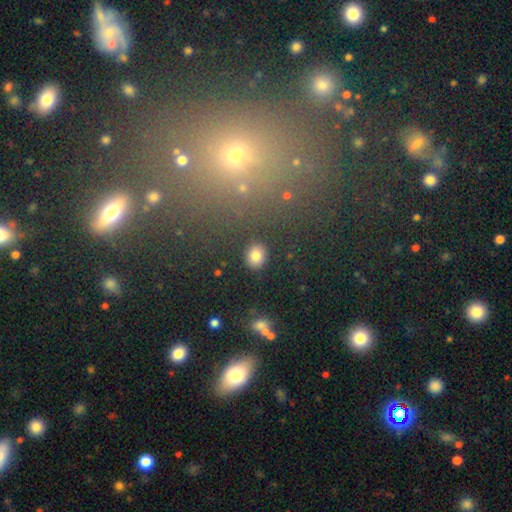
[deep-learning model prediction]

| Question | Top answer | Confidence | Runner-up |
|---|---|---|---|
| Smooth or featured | smooth | 82% | star or artifact (12%) |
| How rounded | round | 71% | in between (28%) |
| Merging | none | 87% | minor disturbance (8%) |